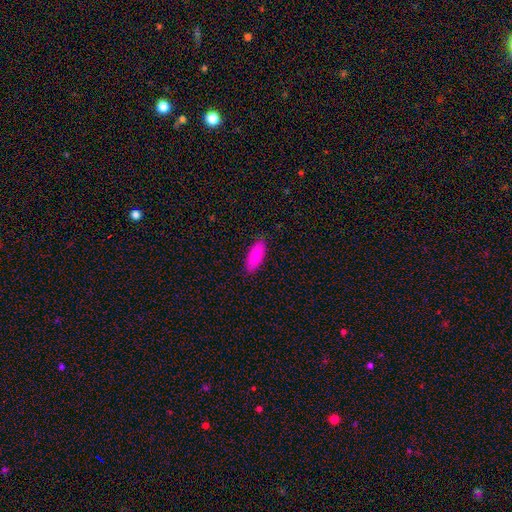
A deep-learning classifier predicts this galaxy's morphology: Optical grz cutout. It shows a smooth galaxy with no disk features (84%) that is in between round and cigar-shaped (72%). Merging: none (88%).